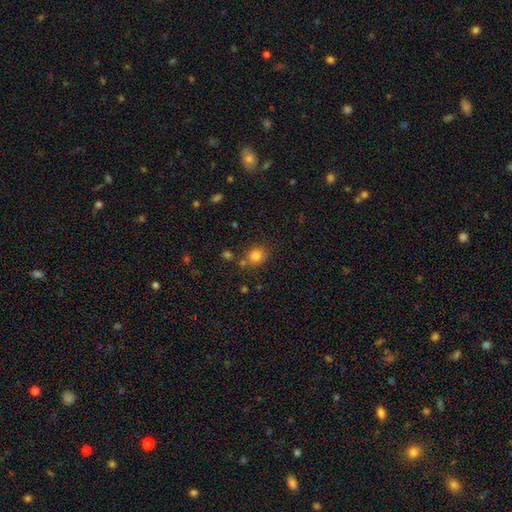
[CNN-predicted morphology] The model was most divided on "how rounded": round: 71%, in between: 28%, cigar-shaped: 1%. More confident: smooth or featured — smooth (81%); merging — none (69%).